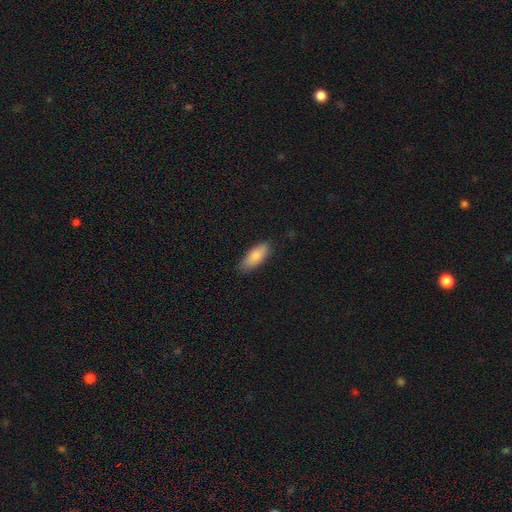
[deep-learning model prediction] This is clearly a smooth galaxy (85%). How rounded: likely in between (77%). Merging: clearly none (81%).